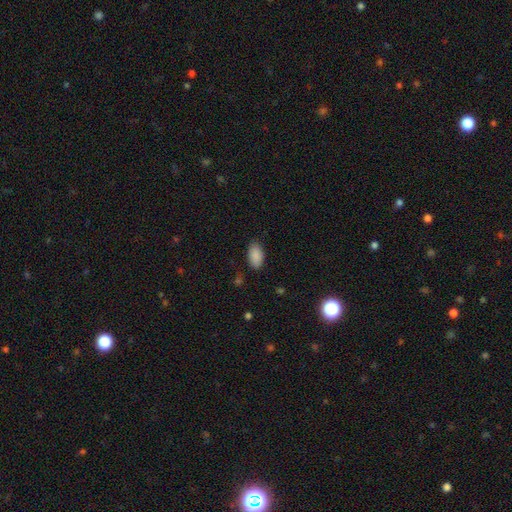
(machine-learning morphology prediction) The model was most divided on "merging": none: 85%, minor disturbance: 11%, major disturbance: 3%, merger: 1%. More confident: how rounded — in between (94%); smooth or featured — smooth (89%).